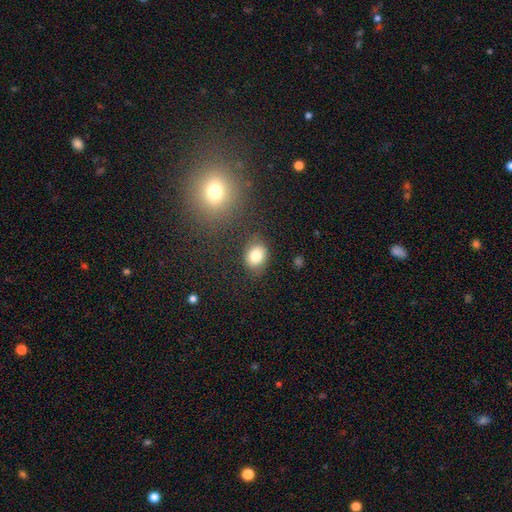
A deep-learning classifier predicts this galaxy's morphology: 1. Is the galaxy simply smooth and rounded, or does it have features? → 81% smooth, 10% star or artifact, 9% featured or disk.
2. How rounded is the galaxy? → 55% in between, 44% round, 1% cigar-shaped.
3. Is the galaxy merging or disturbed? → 78% none, 14% minor disturbance, 4% major disturbance, 4% merger.